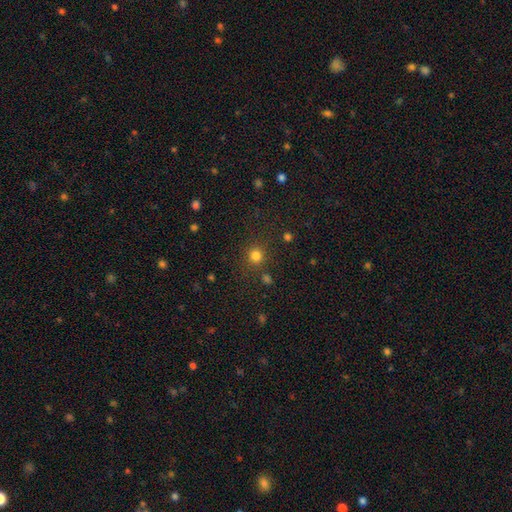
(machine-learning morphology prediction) This is clearly a smooth galaxy (80%). How rounded: clearly round (91%). Merging: clearly none (82%).